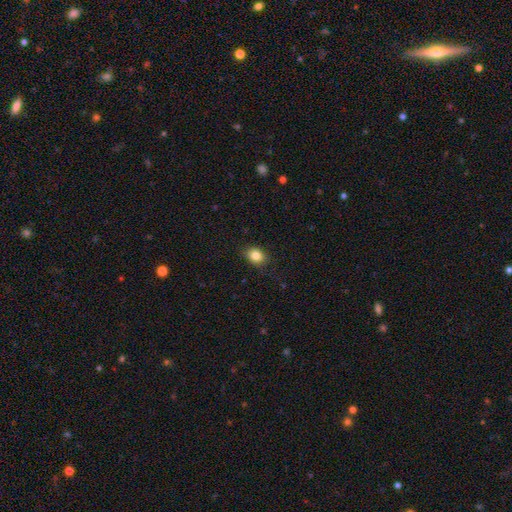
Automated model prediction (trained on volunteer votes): smooth 84%, star or artifact 10%, featured or disk 6%. Down the decision tree: how rounded — in between (55%); merging — none (85%).